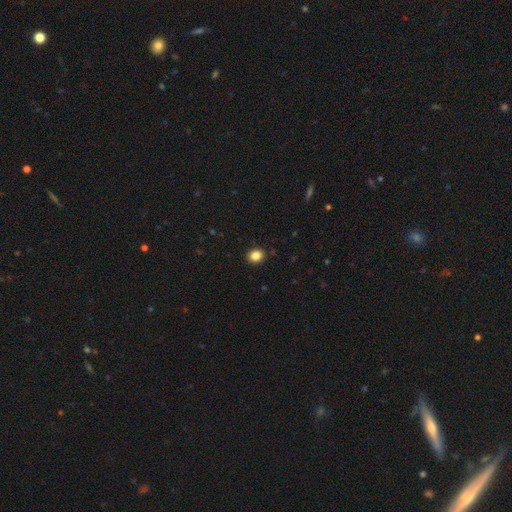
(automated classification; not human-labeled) The model was most divided on "how rounded": round: 62%, in between: 38%, cigar-shaped: 1%. More confident: merging — none (91%); smooth or featured — smooth (85%).